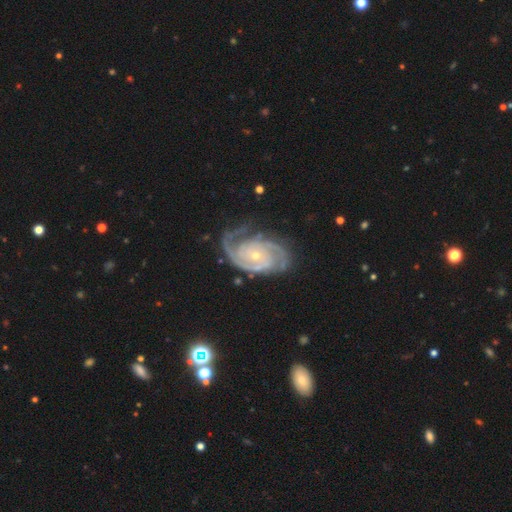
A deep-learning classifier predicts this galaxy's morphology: Smooth or featured? featured or disk (92%)
Edge-on disk? no (97%)
Bar? no (74%)
Spiral arms? yes (98%)
Spiral winding? tight (63%)
Spiral arm count? 2 (49%)
Bulge size? small (72%)
Merging? none (70%)